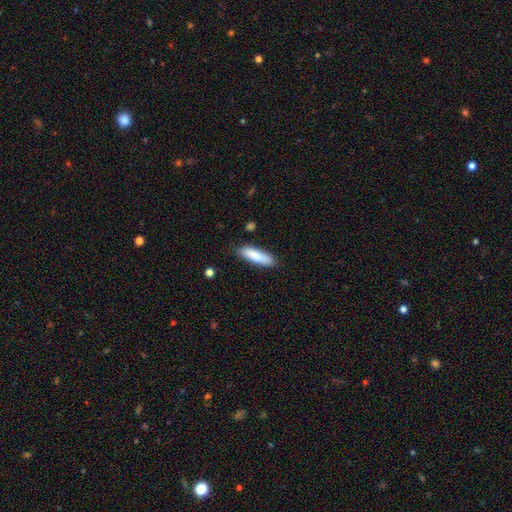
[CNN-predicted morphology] The model was most divided on "how rounded": cigar-shaped: 65%, in between: 34%, round: 2%. More confident: merging — none (84%); smooth or featured — smooth (82%).